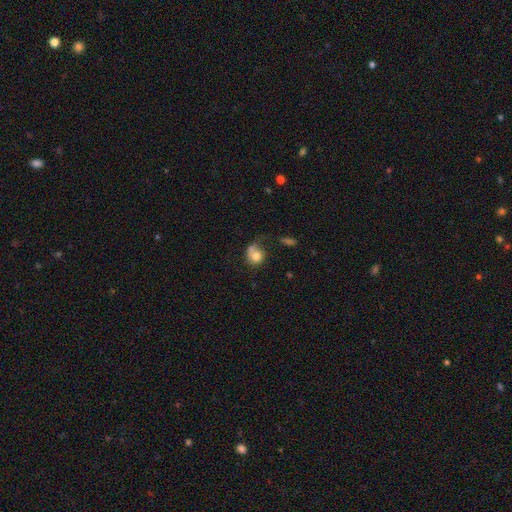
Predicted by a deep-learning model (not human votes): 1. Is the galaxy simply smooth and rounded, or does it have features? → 66% smooth, 25% featured or disk, 9% star or artifact.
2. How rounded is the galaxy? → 67% round, 31% in between, 1% cigar-shaped.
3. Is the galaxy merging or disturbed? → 36% none, 31% major disturbance, 22% minor disturbance, 11% merger.